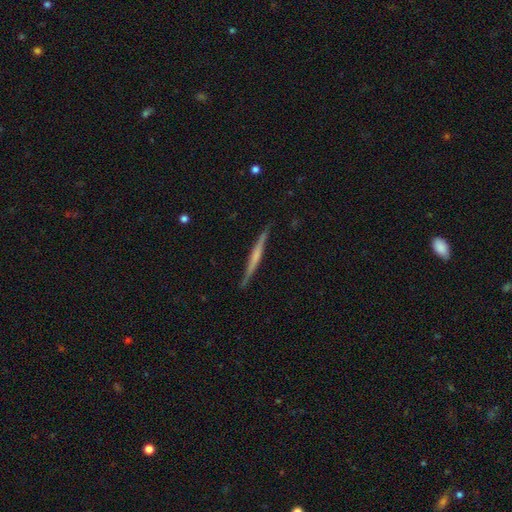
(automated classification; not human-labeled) Smooth or featured? featured or disk (65%)
Edge-on disk? yes (98%)
Edge-on bulge? none (48%)
Merging? none (89%)